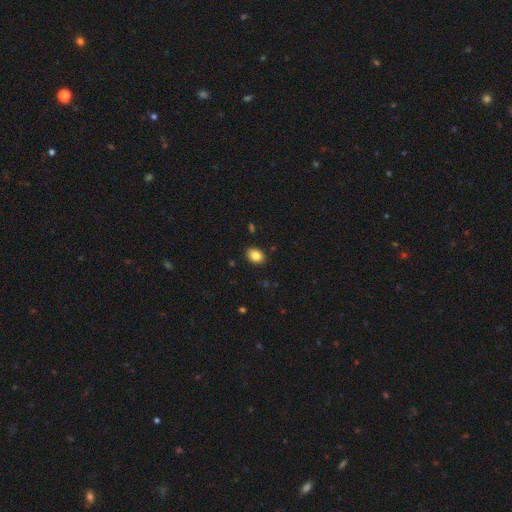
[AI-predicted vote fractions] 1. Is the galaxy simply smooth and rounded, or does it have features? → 84% smooth, 9% star or artifact, 7% featured or disk.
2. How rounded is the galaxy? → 67% in between, 32% round, 1% cigar-shaped.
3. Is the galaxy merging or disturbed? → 89% none, 8% minor disturbance, 2% major disturbance, 1% merger.